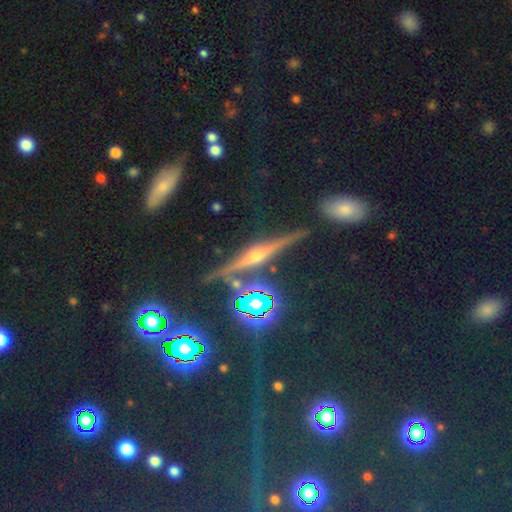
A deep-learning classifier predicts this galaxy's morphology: A featured or disk galaxy (57%) viewed edge-on (90%) with a rounded central bulge (91%). Merging: none (84%).